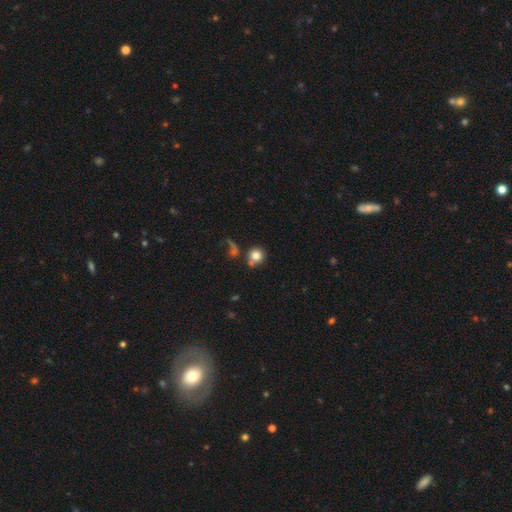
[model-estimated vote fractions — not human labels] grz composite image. It shows a smooth galaxy with no disk features (81%) that is round (90%). Merging: none (57%).